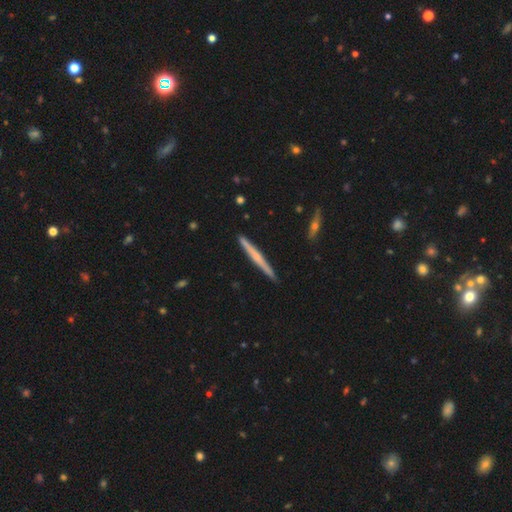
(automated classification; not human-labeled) smooth_or_featured: featured or disk (p=0.53) [alt: smooth p=0.41]
disk_edge_on: yes (p=0.98) [alt: no p=0.02]
edge_on_bulge: none (p=0.60) [alt: rounded p=0.32]
merging: none (p=0.91) [alt: minor disturbance p=0.07]